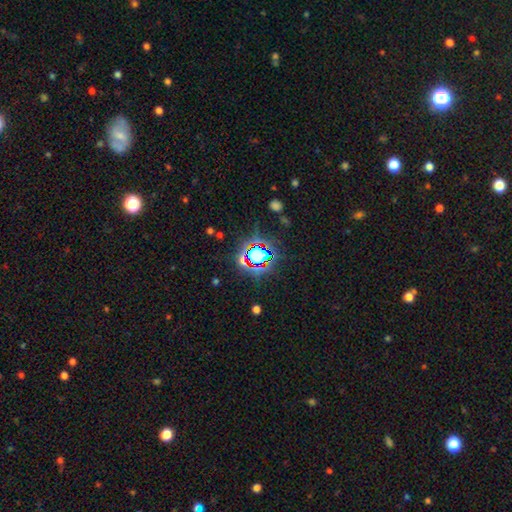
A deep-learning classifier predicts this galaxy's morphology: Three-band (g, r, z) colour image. It shows a star or artifact, not a galaxy (69%).